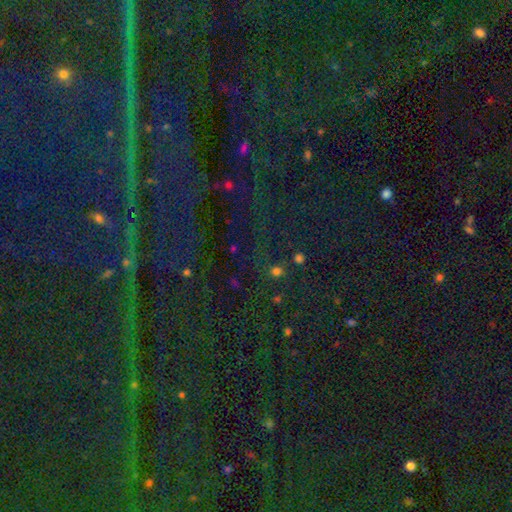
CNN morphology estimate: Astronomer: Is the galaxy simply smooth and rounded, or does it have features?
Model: star or artifact — 87%.